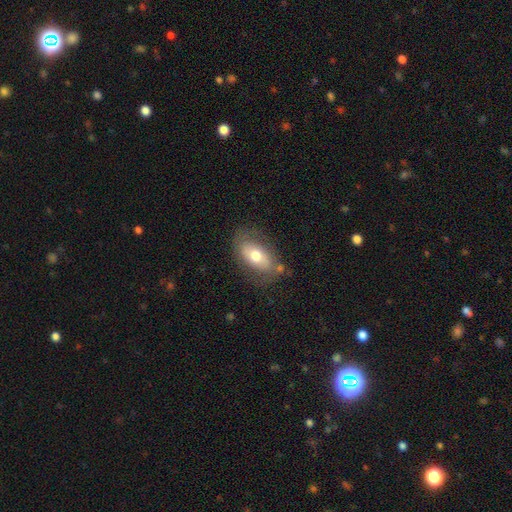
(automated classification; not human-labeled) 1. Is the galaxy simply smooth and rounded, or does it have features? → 59% smooth, 34% featured or disk, 7% star or artifact.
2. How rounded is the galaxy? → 90% in between, 6% round, 4% cigar-shaped.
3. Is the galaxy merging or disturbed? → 69% none, 20% minor disturbance, 7% major disturbance, 4% merger.